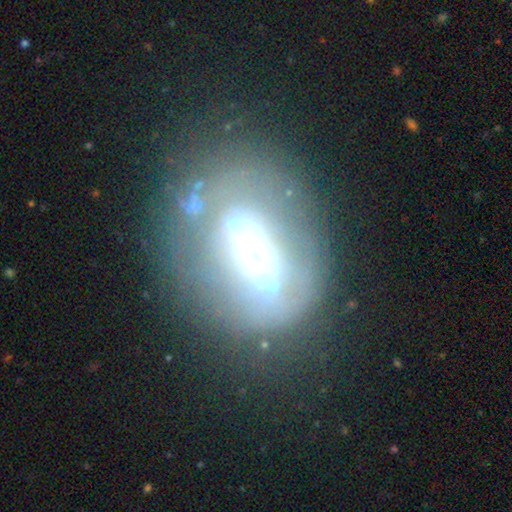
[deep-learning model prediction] Overall: featured or disk (62%). Edge-on disk: no (60%; yes 40%). Merging: none (59%).